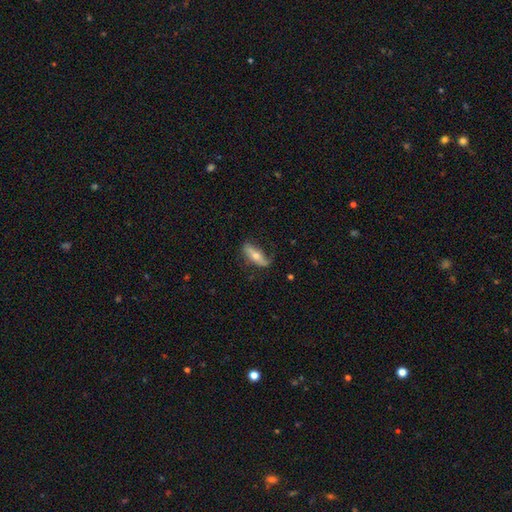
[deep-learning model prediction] Morphology: type=featured or disk (51%); edge-on=no (55%); merging=none (65%).